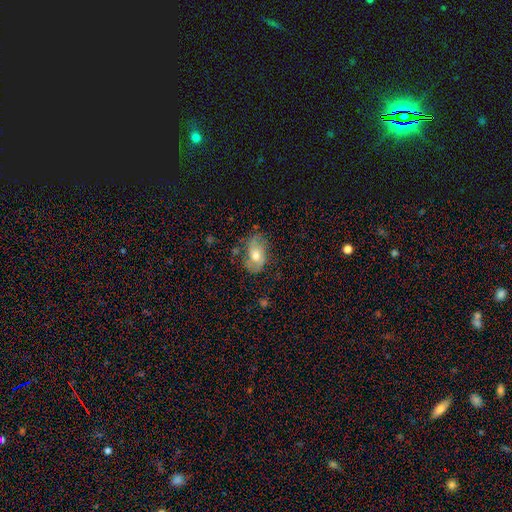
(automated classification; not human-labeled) Smooth or featured? smooth (51%)
How rounded? in between (86%)
Merging? none (58%)